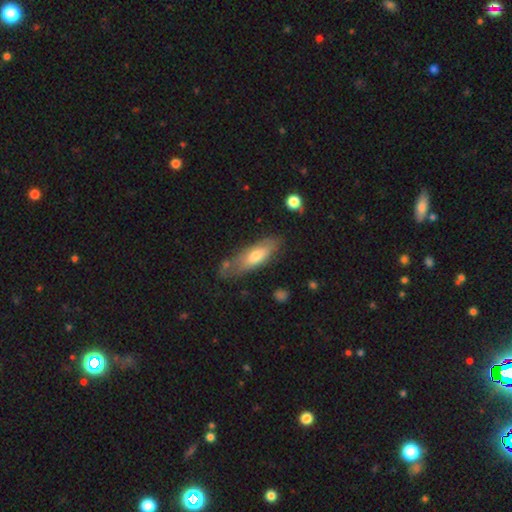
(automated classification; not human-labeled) Smooth or featured? Predicted: smooth (p=0.61). How rounded? Predicted: in between (p=0.55). Merging? Predicted: none (p=0.66).